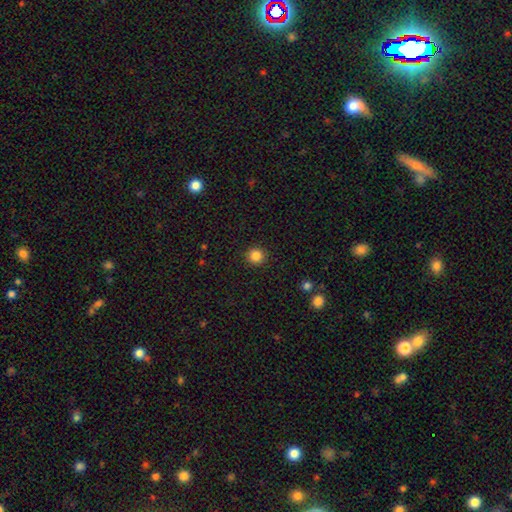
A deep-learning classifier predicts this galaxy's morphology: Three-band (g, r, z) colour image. It shows a smooth galaxy with no disk features (86%) that is round (94%). Merging: none (92%).